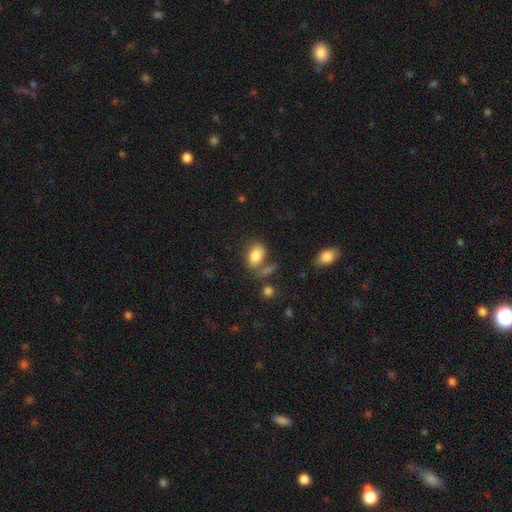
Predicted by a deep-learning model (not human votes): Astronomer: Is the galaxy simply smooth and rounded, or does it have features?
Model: smooth — 83%.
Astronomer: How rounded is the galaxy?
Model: in between — 85%.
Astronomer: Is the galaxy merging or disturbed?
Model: none — 55%.